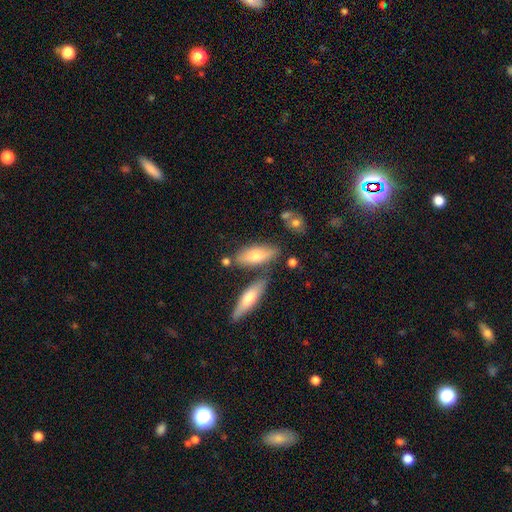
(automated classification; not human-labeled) Smooth or featured? smooth (69%)
How rounded? in between (69%)
Merging? none (66%)